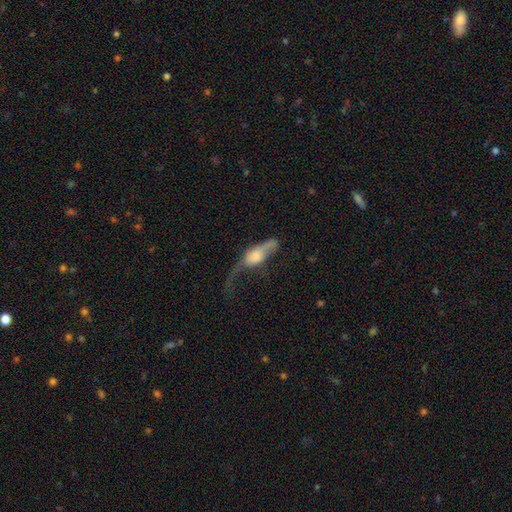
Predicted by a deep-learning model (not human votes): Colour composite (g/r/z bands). It shows a smooth galaxy with no disk features (49%). Merging: major disturbance (60%).